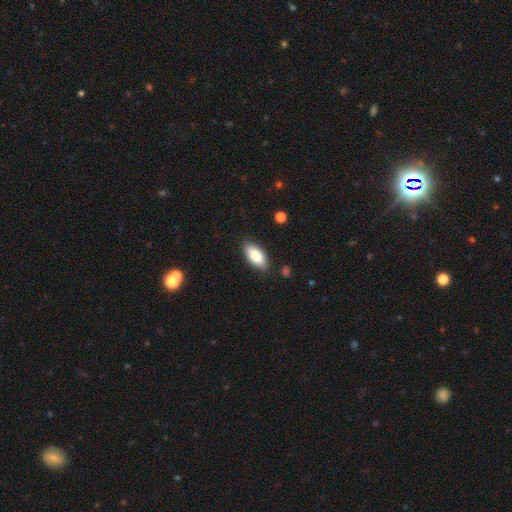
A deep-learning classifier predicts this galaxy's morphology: The model was most divided on "smooth or featured": smooth: 82%, featured or disk: 11%, star or artifact: 6%. More confident: how rounded — in between (88%); merging — none (87%).